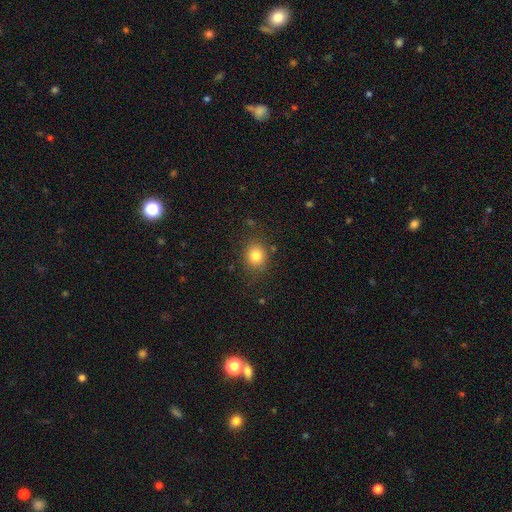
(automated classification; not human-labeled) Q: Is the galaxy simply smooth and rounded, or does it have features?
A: smooth — 80%.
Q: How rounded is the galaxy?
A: round — 73%.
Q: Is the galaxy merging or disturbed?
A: none — 81%.